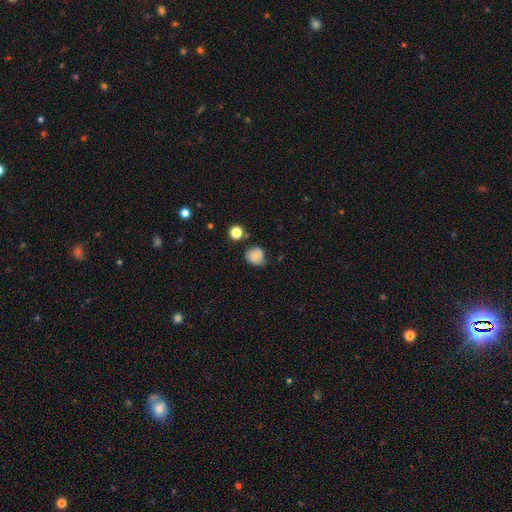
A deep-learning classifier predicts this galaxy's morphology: The model was most divided on "merging": none: 65%, minor disturbance: 25%, major disturbance: 5%, merger: 4%. More confident: how rounded — round (81%); smooth or featured — smooth (77%).